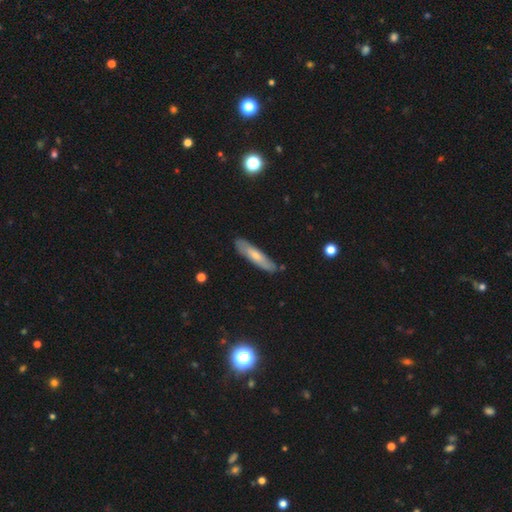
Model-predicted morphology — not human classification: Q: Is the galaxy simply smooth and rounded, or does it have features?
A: smooth — 58%.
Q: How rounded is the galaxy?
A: cigar-shaped — 77%.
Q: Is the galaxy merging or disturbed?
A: none — 81%.